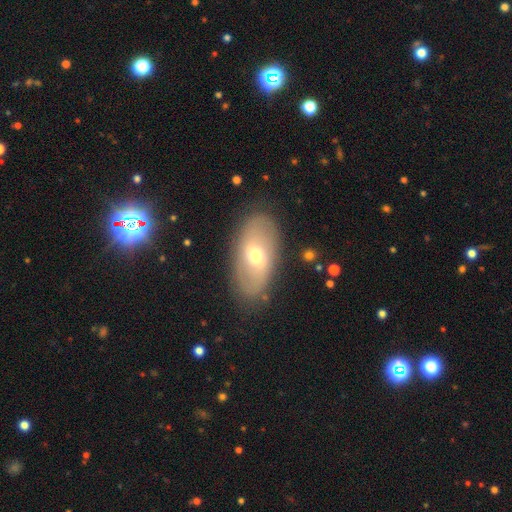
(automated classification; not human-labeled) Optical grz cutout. It shows a featured or disk galaxy (49%). Merging: none (82%).